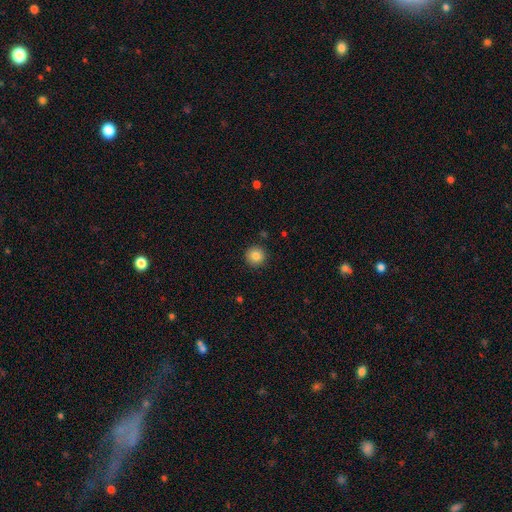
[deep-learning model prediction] Smooth or featured: smooth — 85% (star or artifact — 10%)
How rounded: round — 95% (in between — 4%)
Merging: none — 91% (minor disturbance — 6%)